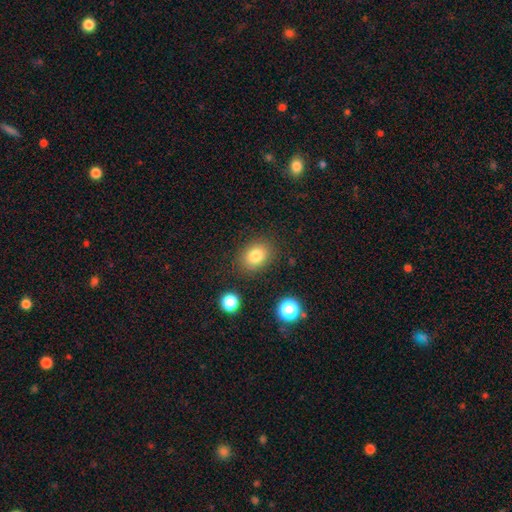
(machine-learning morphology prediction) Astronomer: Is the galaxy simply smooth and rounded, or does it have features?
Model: smooth — 82%.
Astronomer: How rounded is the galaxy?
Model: in between — 53% (runner-up: round, 46%).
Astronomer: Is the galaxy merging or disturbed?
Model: none — 84%.